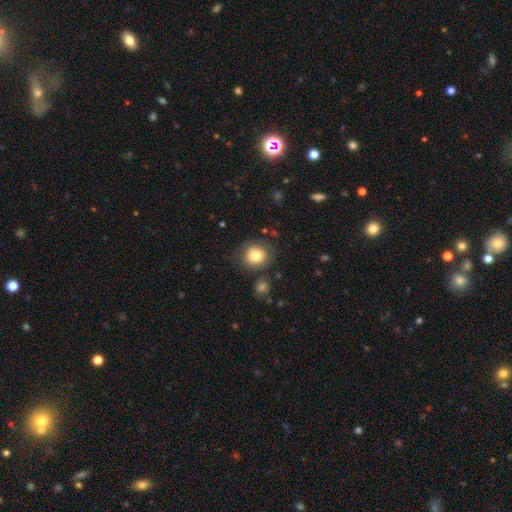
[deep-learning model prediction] smooth_or_featured: smooth (p=0.79) [alt: featured or disk p=0.12]
how_rounded: round (p=0.86) [alt: in between p=0.13]
merging: none (p=0.78) [alt: minor disturbance p=0.12]